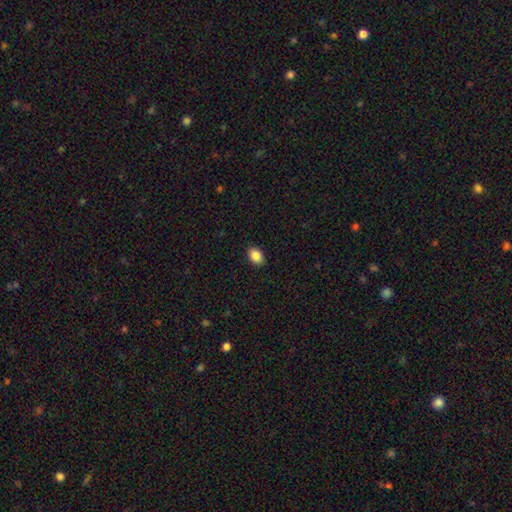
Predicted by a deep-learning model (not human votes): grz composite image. It shows a smooth galaxy with no disk features (87%) that is in between round and cigar-shaped (72%). Merging: none (90%).